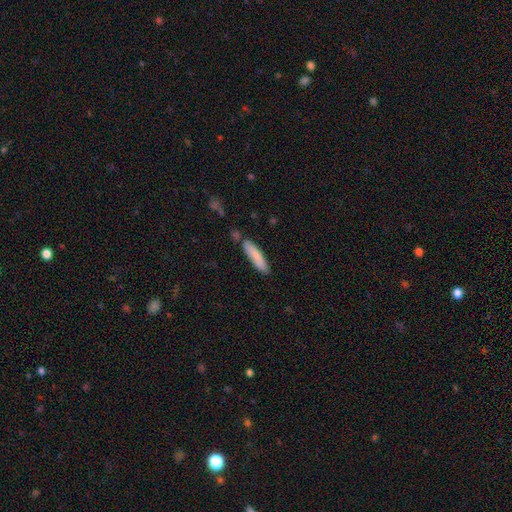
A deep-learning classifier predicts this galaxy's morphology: Smooth or featured?
  - smooth: 81% *
  - featured or disk: 13%
  - star or artifact: 6%
How rounded?
  - cigar-shaped: 79% *
  - in between: 20%
  - round: 1%
Merging?
  - none: 80% *
  - minor disturbance: 12%
  - merger: 5%
  - major disturbance: 2%